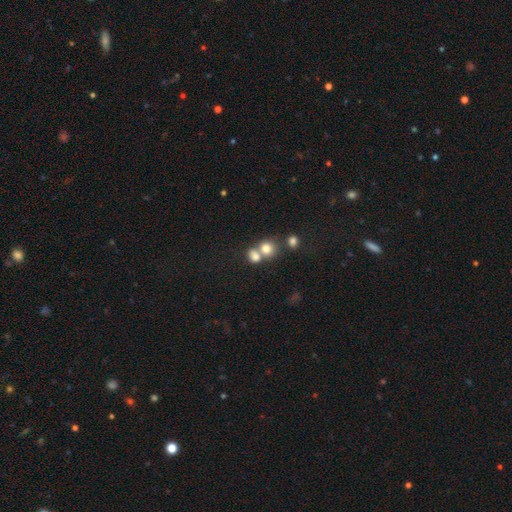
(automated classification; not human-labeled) A smooth galaxy with no disk features (76%) that is round (61%).

Vote fractions:
- Smooth or featured? smooth: 76% / star or artifact: 12% / featured or disk: 12%
- How rounded? round: 61% / in between: 38% / cigar-shaped: 1%
- Merging? merger: 55% / none: 33% / minor disturbance: 8% / major disturbance: 4%